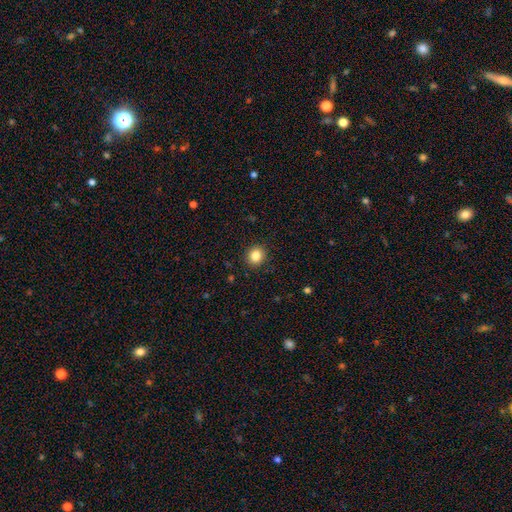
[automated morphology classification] Q: Smooth or featured?
A: smooth (84%); runner-up: star or artifact (11%)
Q: How rounded?
A: round (81%); runner-up: in between (18%)
Q: Merging?
A: none (91%); runner-up: minor disturbance (6%)